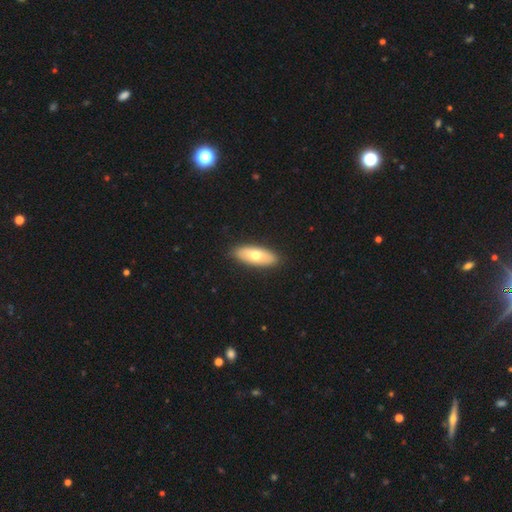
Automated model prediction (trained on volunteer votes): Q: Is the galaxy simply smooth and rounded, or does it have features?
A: smooth — 66%.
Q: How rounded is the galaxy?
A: in between — 76%.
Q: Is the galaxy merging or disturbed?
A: none — 90%.